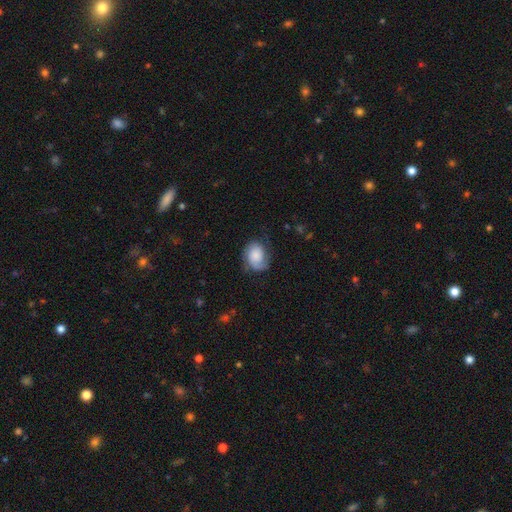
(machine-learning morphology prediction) smooth_or_featured: featured or disk (p=0.51) [alt: smooth p=0.41]
disk_edge_on: no (p=0.97) [alt: yes p=0.03]
merging: none (p=0.61) [alt: minor disturbance p=0.25]